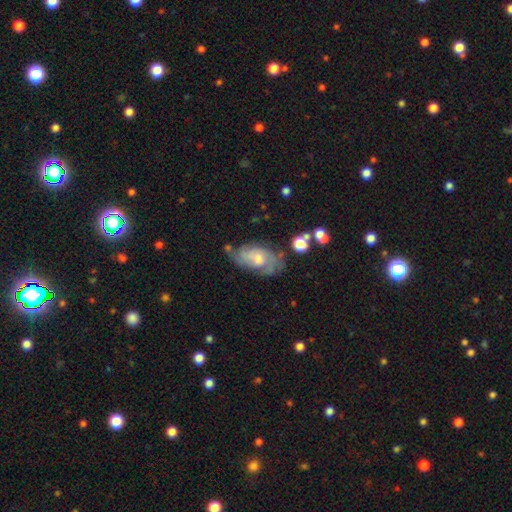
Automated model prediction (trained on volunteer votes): Smooth or featured: featured or disk — 63% (smooth — 28%)
Edge-on disk: no — 93% (yes — 7%)
Bar: no — 64% (weak — 31%)
Spiral arms: yes — 82% (no — 18%)
Bulge size: moderate — 52% (small — 38%)
Merging: none — 60% (minor disturbance — 25%)